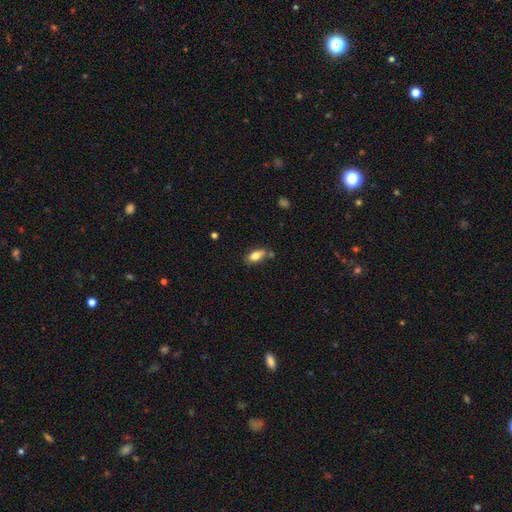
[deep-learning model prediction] This appears to be a smooth galaxy with no disk features (79%) that is in between round and cigar-shaped (87%). Merging: none (66%).